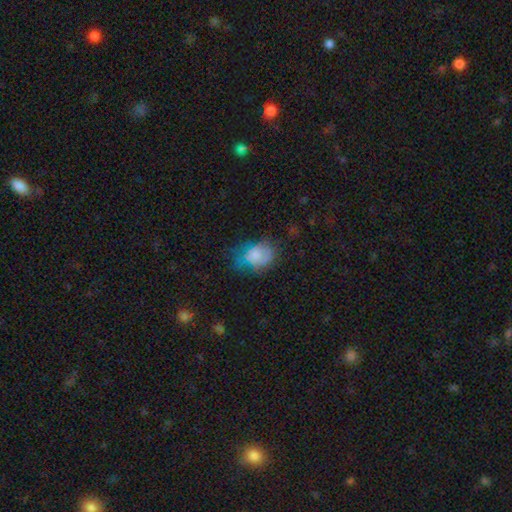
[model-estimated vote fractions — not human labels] This is likely a smooth galaxy (65%). How rounded: likely in between (63%). Merging: marginally none (37%).